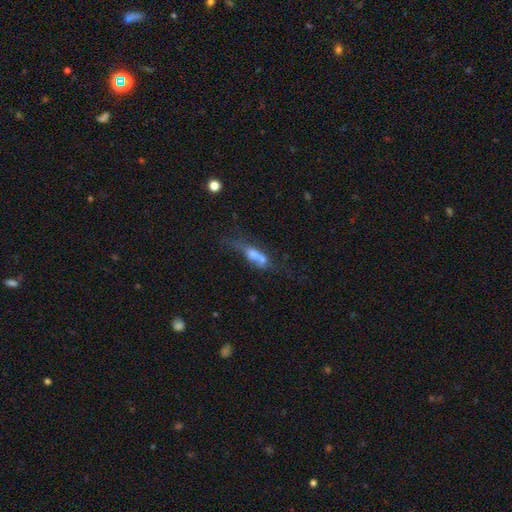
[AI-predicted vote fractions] The model was most divided on "merging": merger: 34%, none: 28%, major disturbance: 20%, minor disturbance: 18%. More confident: how rounded — in between (54%); smooth or featured — smooth (52%).